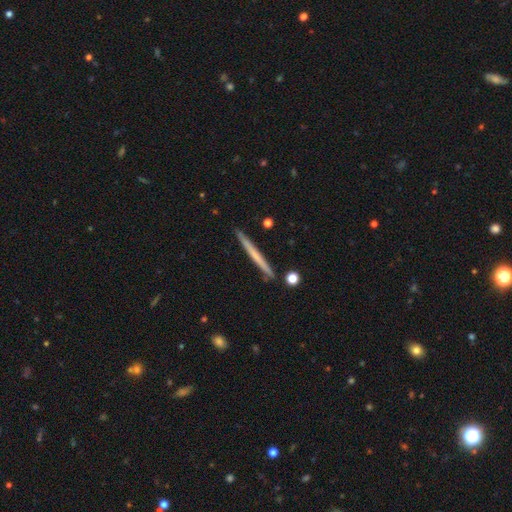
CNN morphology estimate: Smooth or featured? smooth (51%)
How rounded? cigar-shaped (97%)
Merging? none (90%)